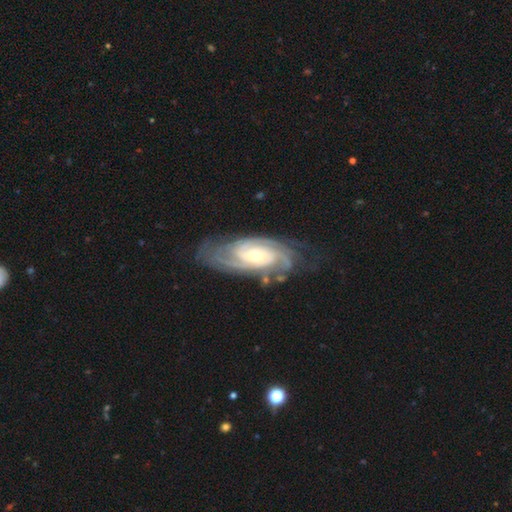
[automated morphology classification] featured or disk 89%, smooth 6%, star or artifact 5%. Down the decision tree: edge-on disk — no (94%); bar — no (61%); spiral arms — yes (98%); spiral arm count — 3 (26%); spiral winding — tight (67%); bulge size — small (53%); merging — none (70%).